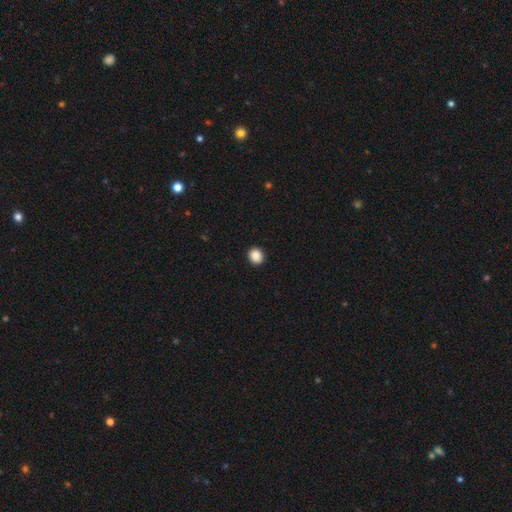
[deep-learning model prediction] This is clearly a smooth galaxy (88%). How rounded: clearly round (83%). Merging: clearly none (92%).